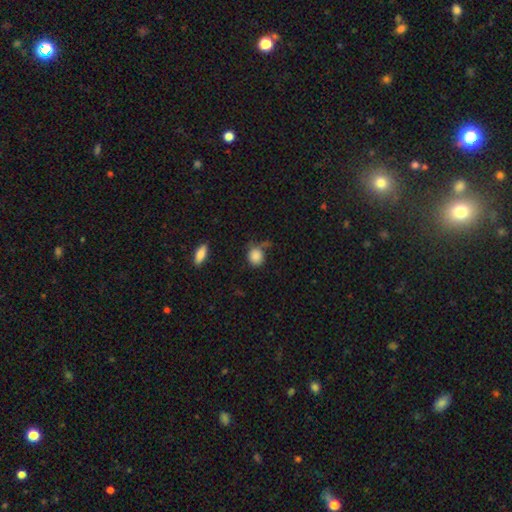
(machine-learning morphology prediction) This is clearly a smooth galaxy (87%). How rounded: likely round (69%). Merging: possibly none (55%).